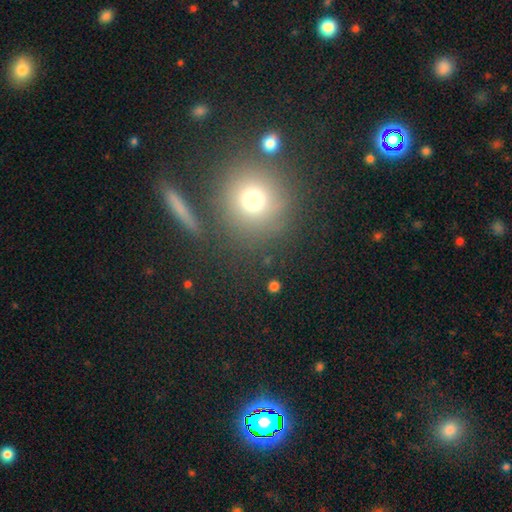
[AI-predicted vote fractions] smooth-or-featured: smooth: 57% | star or artifact: 29% | featured or disk: 13%
  how-rounded: round: 91% | in between: 8% | cigar-shaped: 2%
  merging: none: 82% | minor disturbance: 8% | merger: 7% | major disturbance: 4%